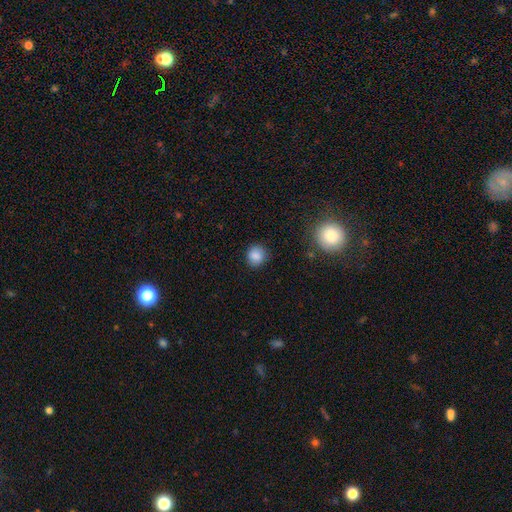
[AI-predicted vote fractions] A smooth galaxy with no disk features (85%) that is round (85%).

Vote fractions:
- Smooth or featured? smooth: 85% / star or artifact: 10% / featured or disk: 5%
- How rounded? round: 85% / in between: 14% / cigar-shaped: 1%
- Merging? none: 85% / minor disturbance: 11% / major disturbance: 3% / merger: 2%